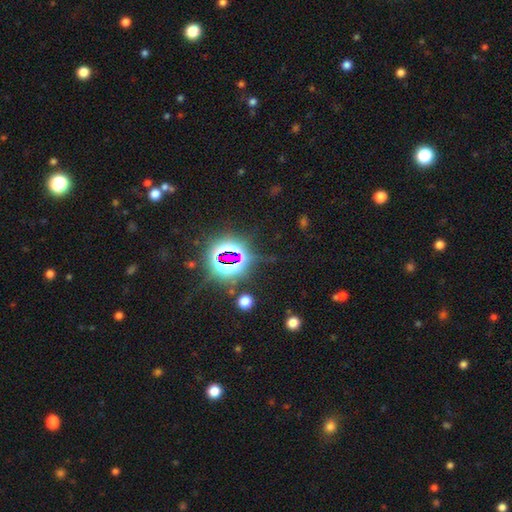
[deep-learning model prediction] smooth_or_featured: star or artifact (p=0.82) [alt: smooth p=0.11]